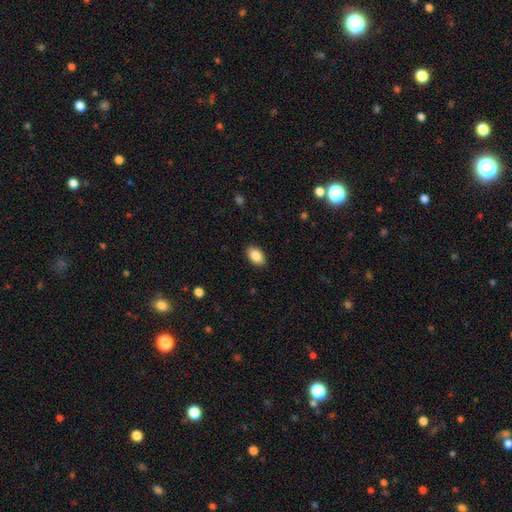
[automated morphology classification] Smooth or featured: smooth — 86% (star or artifact — 7%)
How rounded: in between — 92% (round — 6%)
Merging: none — 89% (minor disturbance — 8%)